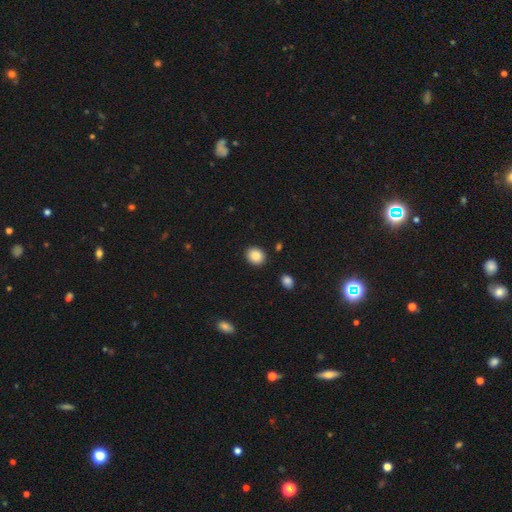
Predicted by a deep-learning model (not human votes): Smooth or featured? smooth (87%)
How rounded? round (62%)
Merging? none (88%)